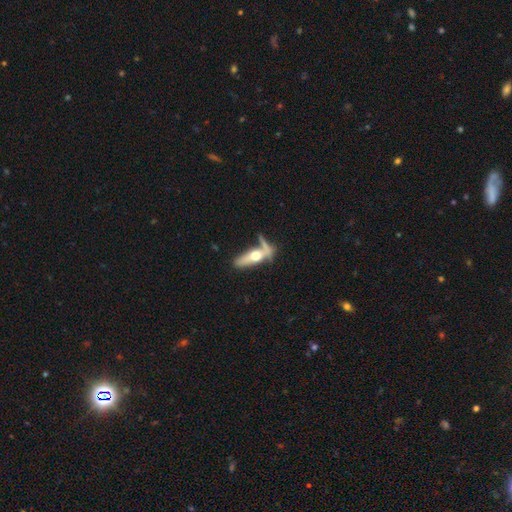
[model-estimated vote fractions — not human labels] Smooth or featured? Predicted: featured or disk (p=0.49). Merging? Predicted: none (p=0.41).